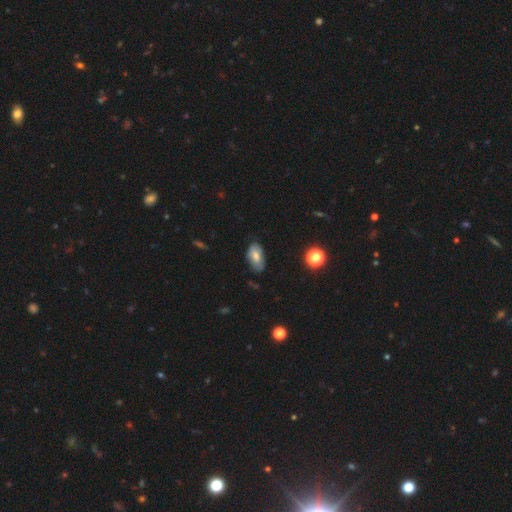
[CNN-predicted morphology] A smooth galaxy with no disk features (69%) that is in between round and cigar-shaped (93%).

Vote fractions:
- Smooth or featured? smooth: 69% / featured or disk: 22% / star or artifact: 9%
- How rounded? in between: 93% / round: 5% / cigar-shaped: 3%
- Merging? none: 71% / minor disturbance: 23% / major disturbance: 4% / merger: 1%